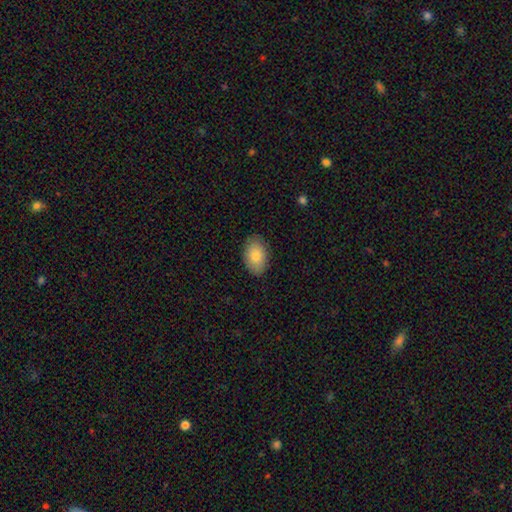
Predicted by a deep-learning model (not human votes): smooth_or_featured: smooth (p=0.83) [alt: featured or disk p=0.11]
how_rounded: in between (p=0.91) [alt: round p=0.08]
merging: none (p=0.87) [alt: minor disturbance p=0.10]